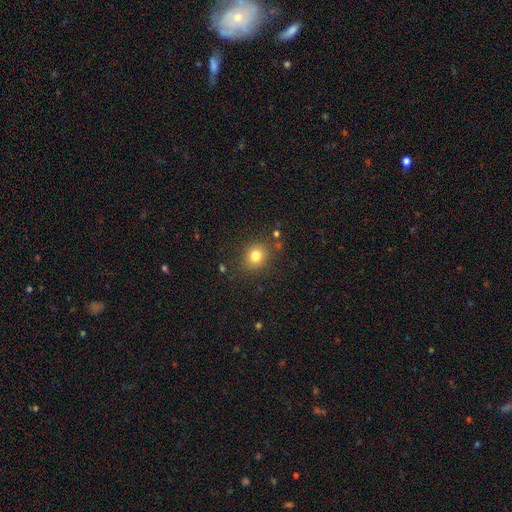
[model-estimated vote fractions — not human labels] smooth 79%, star or artifact 13%, featured or disk 8%. Down the decision tree: how rounded — round (71%); merging — none (82%).